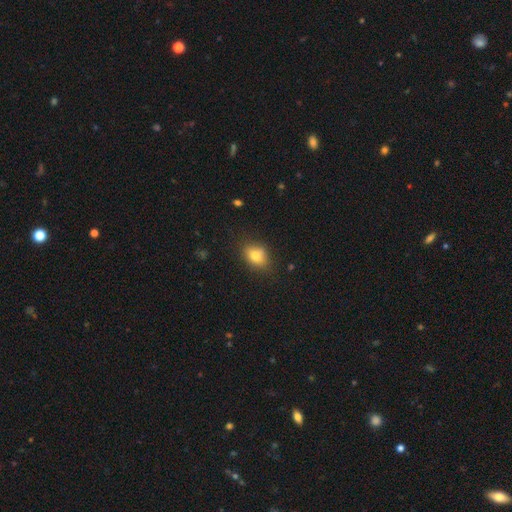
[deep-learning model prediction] The model was most divided on "how rounded": in between: 67%, round: 31%, cigar-shaped: 2%. More confident: smooth or featured — smooth (78%); merging — none (77%).